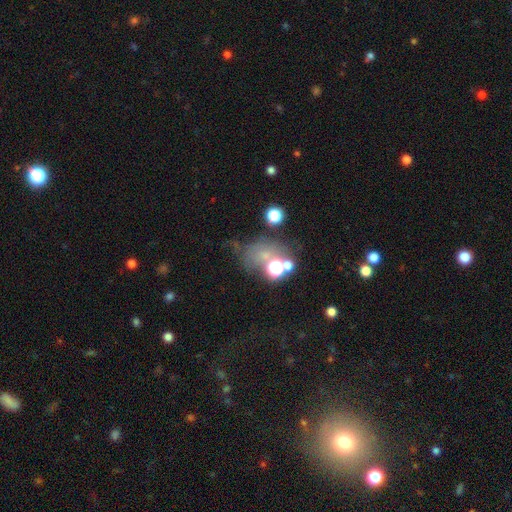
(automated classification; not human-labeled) Smooth or featured: smooth — 40% (star or artifact — 39%)
Merging: none — 40% (major disturbance — 26%)